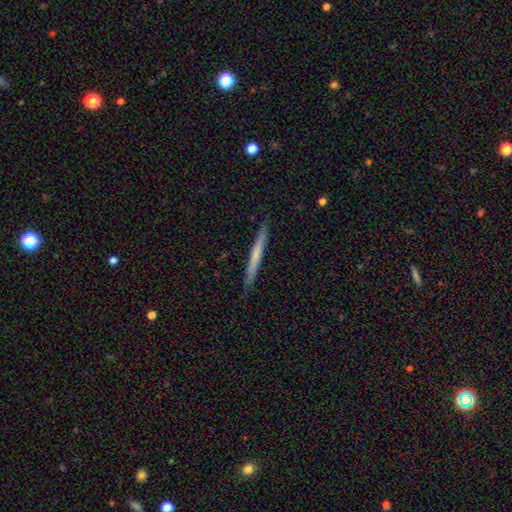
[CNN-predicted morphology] Smooth or featured? Predicted: smooth (p=0.57). How rounded? Predicted: cigar-shaped (p=0.97). Merging? Predicted: none (p=0.89).